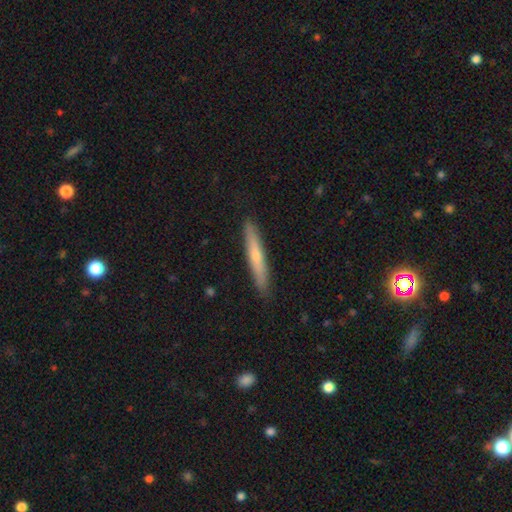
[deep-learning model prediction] smooth 53%, featured or disk 41%, star or artifact 6%. Down the decision tree: how rounded — cigar-shaped (94%); merging — none (90%).